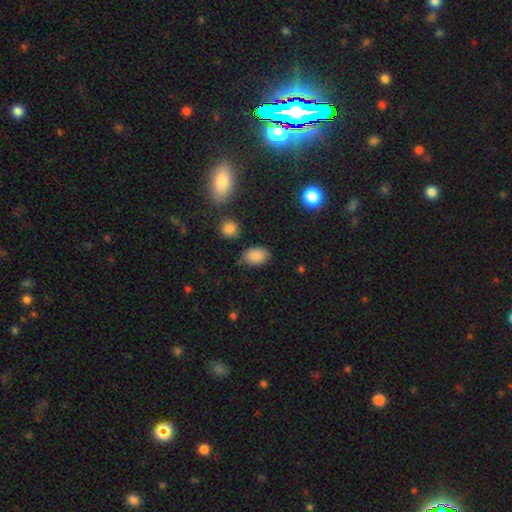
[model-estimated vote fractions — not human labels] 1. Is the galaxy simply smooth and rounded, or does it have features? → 86% smooth, 10% star or artifact, 4% featured or disk.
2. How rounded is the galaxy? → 83% in between, 15% round, 1% cigar-shaped.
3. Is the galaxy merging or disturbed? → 71% none, 21% minor disturbance, 4% major disturbance, 3% merger.